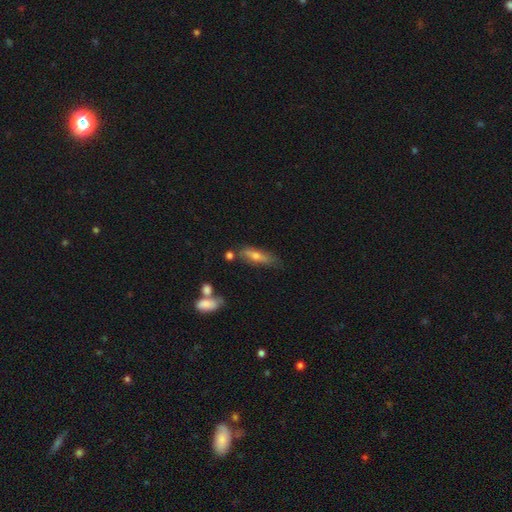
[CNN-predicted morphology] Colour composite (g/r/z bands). It shows a smooth galaxy with no disk features (54%) that is cigar-shaped (60%). Merging: none (60%).